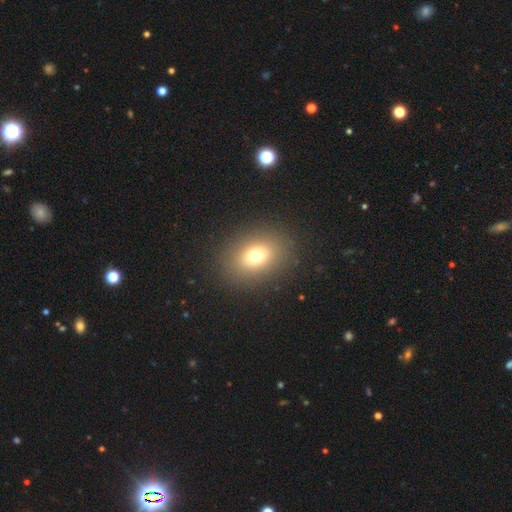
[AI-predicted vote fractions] smooth_or_featured: smooth (p=0.73) [alt: star or artifact p=0.14]
how_rounded: in between (p=0.61) [alt: round p=0.37]
merging: none (p=0.87) [alt: minor disturbance p=0.08]